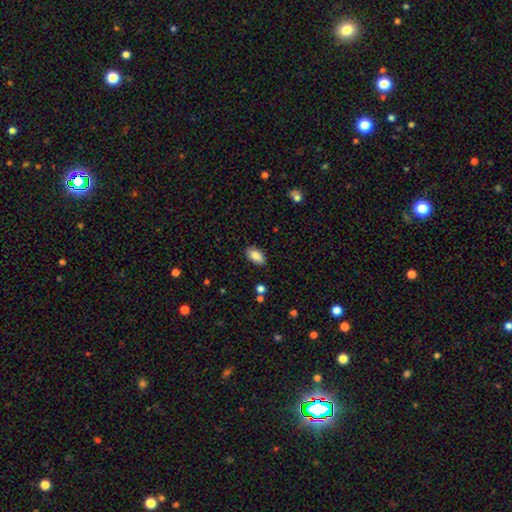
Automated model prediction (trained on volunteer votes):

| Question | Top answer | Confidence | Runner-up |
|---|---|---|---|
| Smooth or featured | smooth | 87% | star or artifact (7%) |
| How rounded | in between | 93% | round (4%) |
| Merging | none | 86% | minor disturbance (11%) |